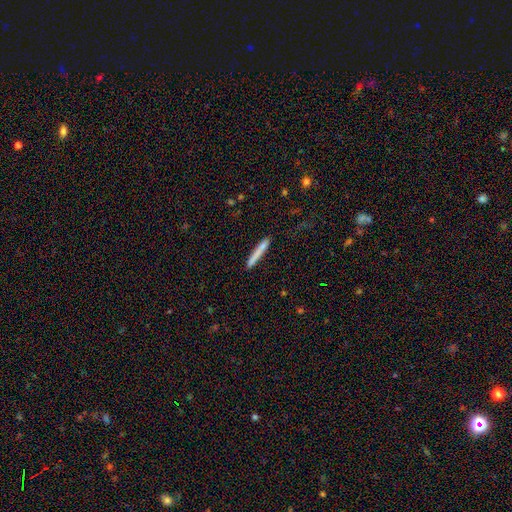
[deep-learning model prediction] A smooth galaxy with no disk features (75%) that is cigar-shaped (96%). Merging: none (83%).